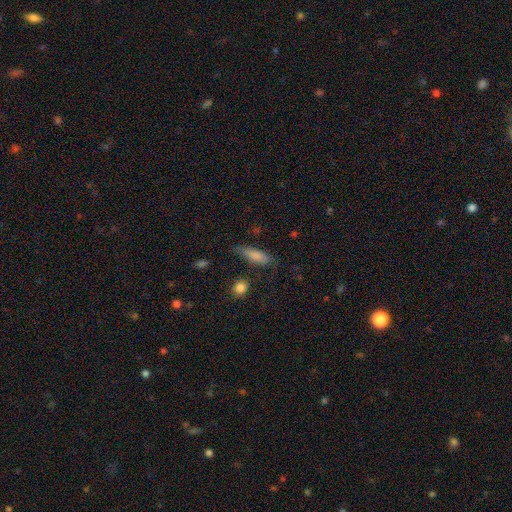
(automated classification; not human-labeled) This appears to be a smooth galaxy with no disk features (81%) that is cigar-shaped (51%). Merging: none (68%).